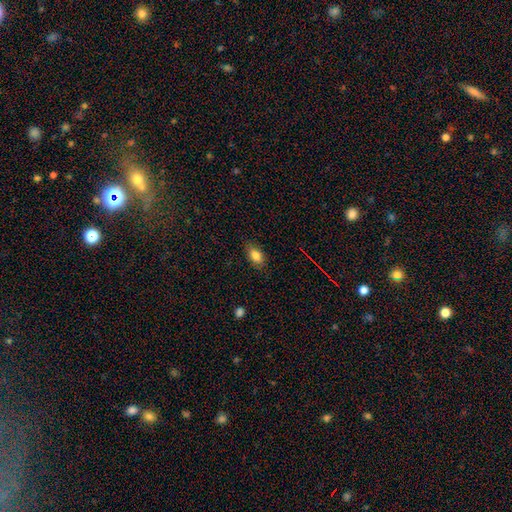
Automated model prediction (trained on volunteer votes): A smooth galaxy with no disk features (82%) that is in between round and cigar-shaped (86%). Merging: none (82%).